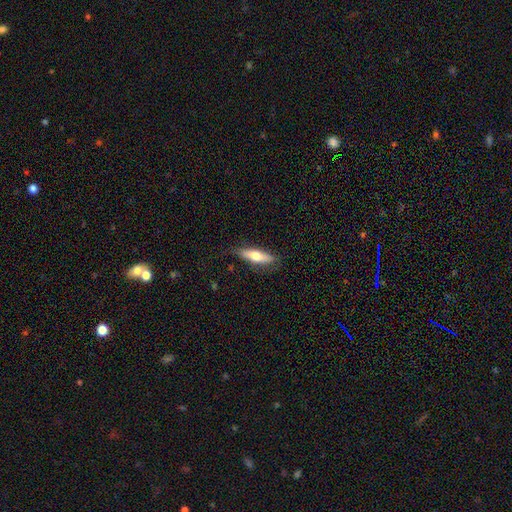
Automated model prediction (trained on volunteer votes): Smooth or featured?
  - smooth: 62% *
  - featured or disk: 32%
  - star or artifact: 6%
How rounded?
  - cigar-shaped: 62% *
  - in between: 36%
  - round: 2%
Merging?
  - none: 79% *
  - minor disturbance: 17%
  - major disturbance: 4%
  - merger: 1%